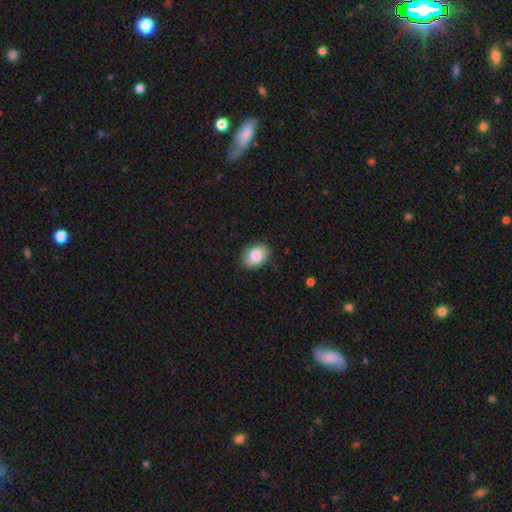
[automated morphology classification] A smooth galaxy with no disk features (78%) that is in between round and cigar-shaped (81%). Merging: none (76%).